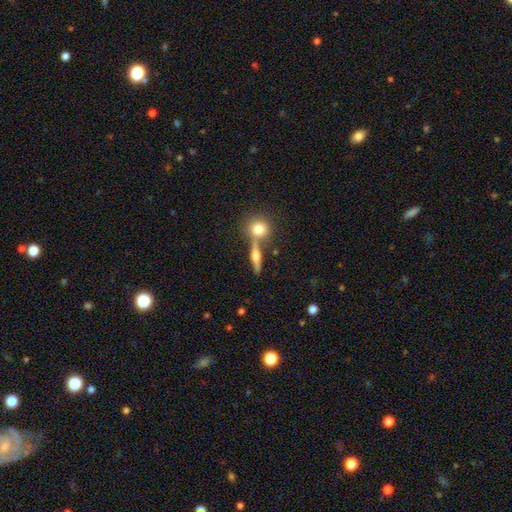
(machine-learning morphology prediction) Smooth or featured?
  - featured or disk: 57% *
  - smooth: 34%
  - star or artifact: 9%
Edge-on disk?
  - yes: 91% *
  - no: 9%
Edge-on bulge?
  - rounded: 93% *
  - boxy: 4%
  - none: 3%
Merging?
  - none: 67% *
  - merger: 19%
  - minor disturbance: 9%
  - major disturbance: 4%